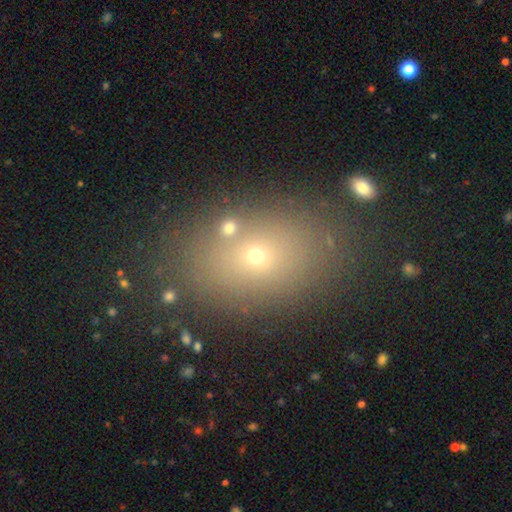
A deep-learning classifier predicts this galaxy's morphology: This appears to be a smooth galaxy with no disk features (60%) that is in between round and cigar-shaped (71%). Merging: none (81%).